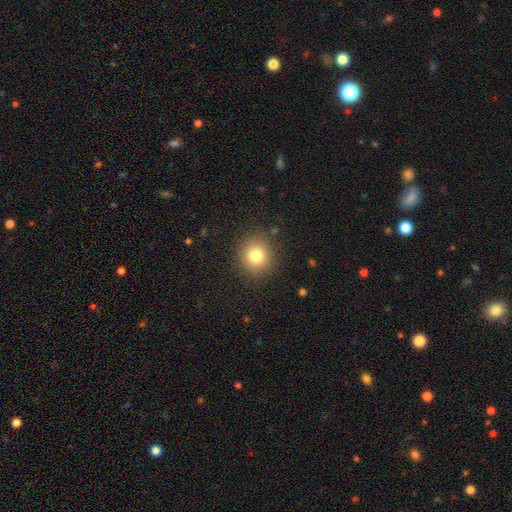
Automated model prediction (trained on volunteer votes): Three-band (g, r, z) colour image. It shows a smooth galaxy with no disk features (79%) that is round (89%). Merging: none (88%).